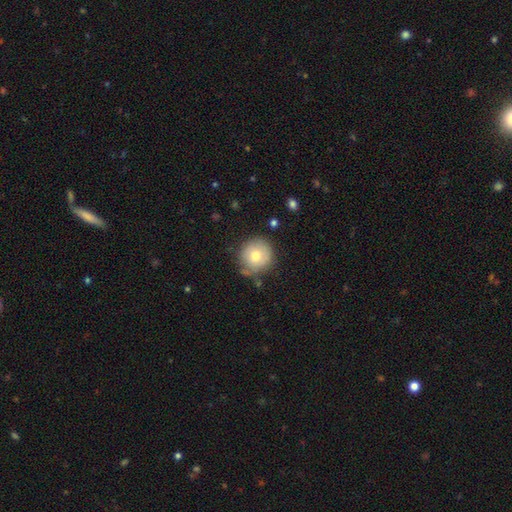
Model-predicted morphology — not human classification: Smooth or featured: smooth — 73% (featured or disk — 18%)
How rounded: round — 92% (in between — 7%)
Merging: none — 74% (minor disturbance — 18%)